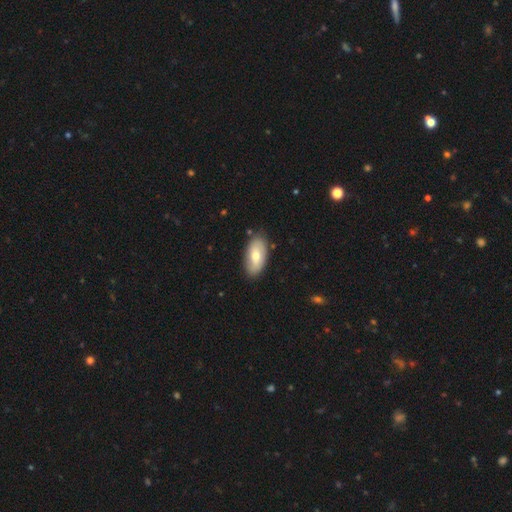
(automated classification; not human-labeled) Smooth or featured?
  - smooth: 65% *
  - featured or disk: 29%
  - star or artifact: 6%
How rounded?
  - in between: 93% *
  - cigar-shaped: 4%
  - round: 3%
Merging?
  - none: 84% *
  - minor disturbance: 12%
  - major disturbance: 3%
  - merger: 2%